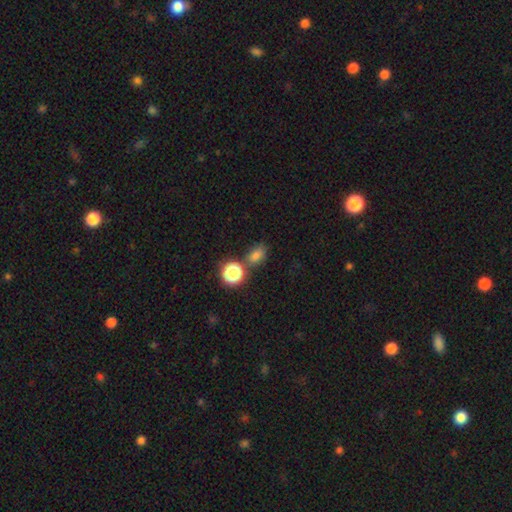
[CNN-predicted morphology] A smooth galaxy with no disk features (72%) that is in between round and cigar-shaped (65%).

Vote fractions:
- Smooth or featured? smooth: 72% / star or artifact: 21% / featured or disk: 7%
- How rounded? in between: 65% / round: 32% / cigar-shaped: 2%
- Merging? none: 67% / merger: 15% / minor disturbance: 13% / major disturbance: 5%